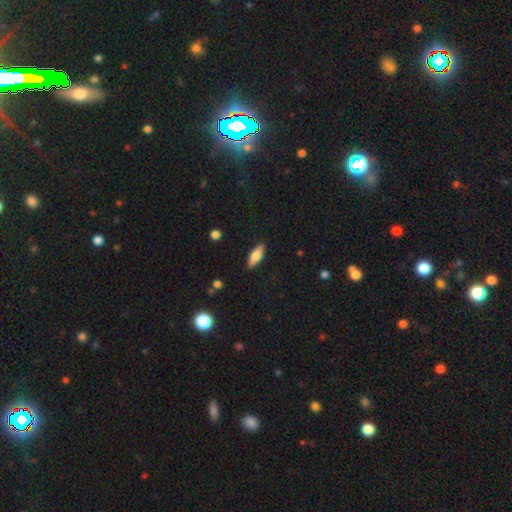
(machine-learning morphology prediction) Q: Smooth or featured?
A: smooth (66%); runner-up: featured or disk (28%)
Q: How rounded?
A: in between (62%); runner-up: cigar-shaped (36%)
Q: Merging?
A: none (88%); runner-up: minor disturbance (9%)